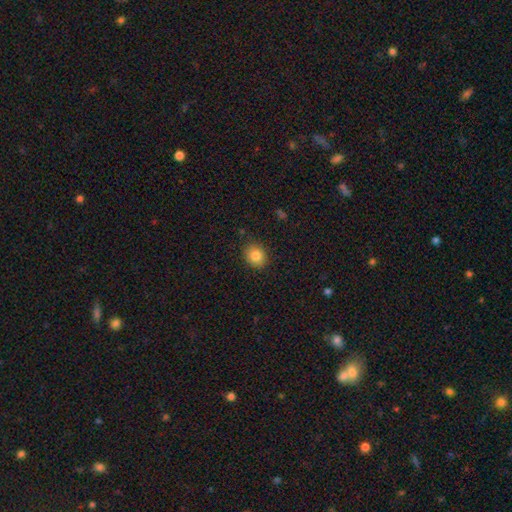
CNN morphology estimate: Smooth or featured?
  - smooth: 83% *
  - star or artifact: 10%
  - featured or disk: 7%
How rounded?
  - round: 67% *
  - in between: 32%
  - cigar-shaped: 1%
Merging?
  - none: 88% *
  - minor disturbance: 8%
  - major disturbance: 2%
  - merger: 1%